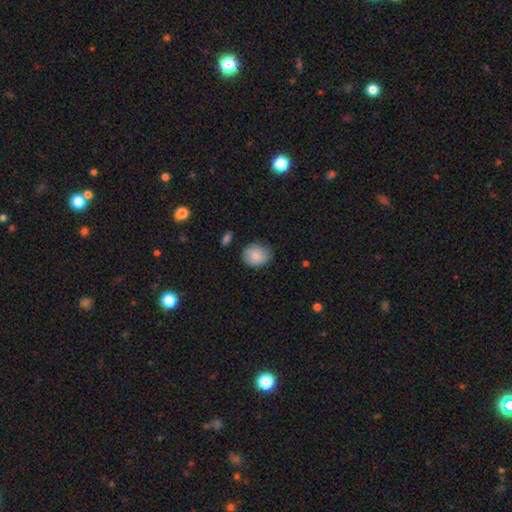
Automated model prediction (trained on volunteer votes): A smooth galaxy with no disk features (85%) that is round (61%). Merging: none (73%).